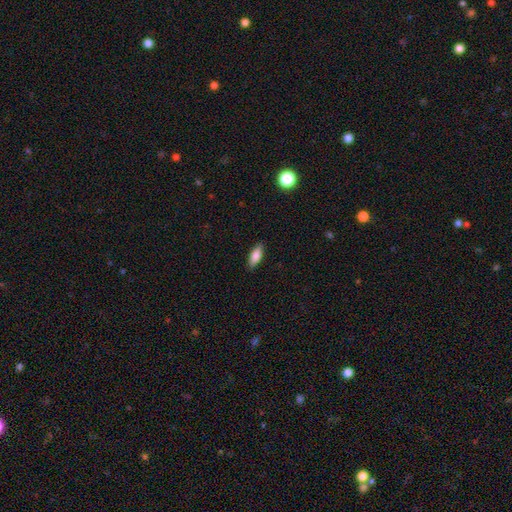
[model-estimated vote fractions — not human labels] Morphology: type=smooth (81%); roundness=in between (71%); merging=none (88%).